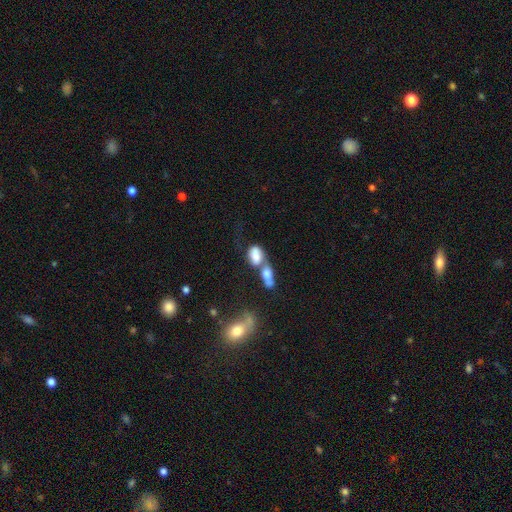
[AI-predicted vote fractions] Morphology: type=smooth (64%); roundness=in between (81%); merging=merger (73%).